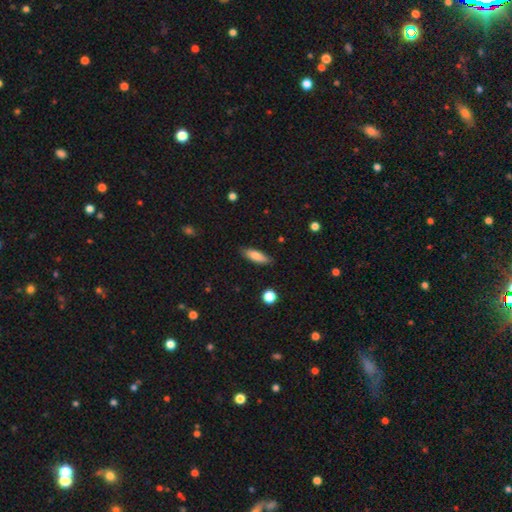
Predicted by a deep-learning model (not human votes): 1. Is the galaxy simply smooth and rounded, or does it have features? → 77% smooth, 17% featured or disk, 7% star or artifact.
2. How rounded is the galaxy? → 56% in between, 42% cigar-shaped, 2% round.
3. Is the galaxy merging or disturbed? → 84% none, 12% minor disturbance, 2% major disturbance, 1% merger.